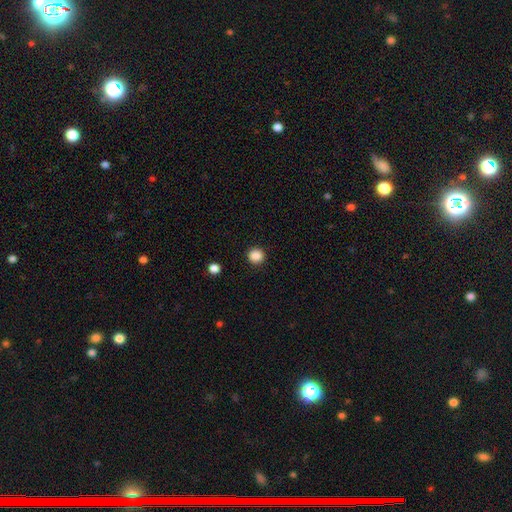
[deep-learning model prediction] A smooth galaxy with no disk features (87%) that is round (91%). Merging: none (91%).